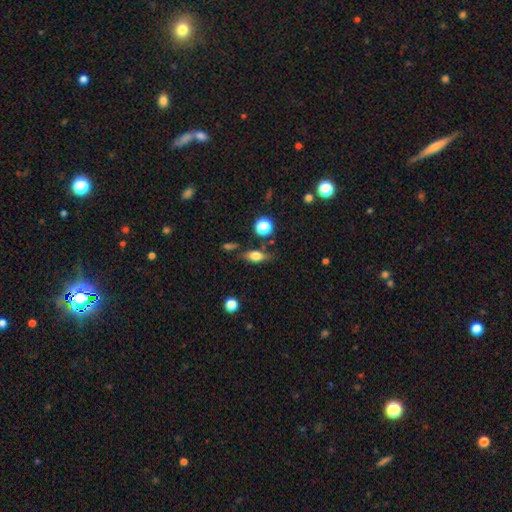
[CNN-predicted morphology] type=smooth (65%); roundness=in between (69%); merging=none (71%).